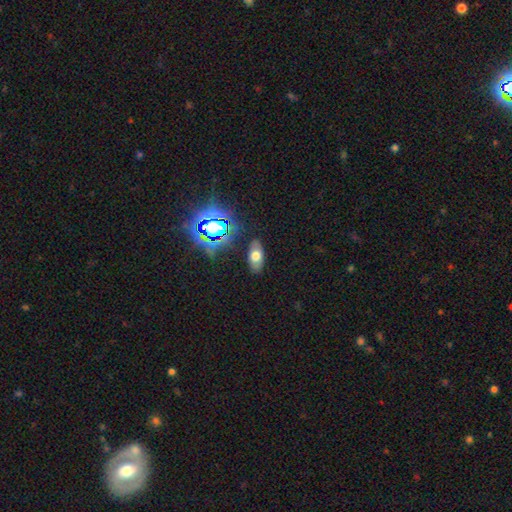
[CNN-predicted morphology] smooth_or_featured: smooth (p=0.60) [alt: featured or disk p=0.23]
how_rounded: in between (p=0.90) [alt: round p=0.06]
merging: none (p=0.84) [alt: minor disturbance p=0.11]